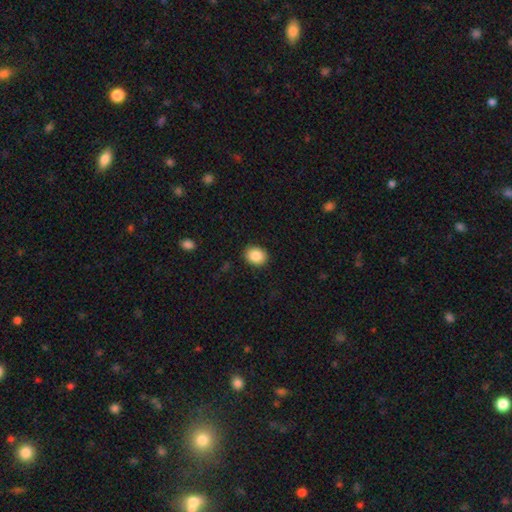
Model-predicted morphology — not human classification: smooth 87%, star or artifact 8%, featured or disk 5%. Down the decision tree: how rounded — in between (55%); merging — none (90%).